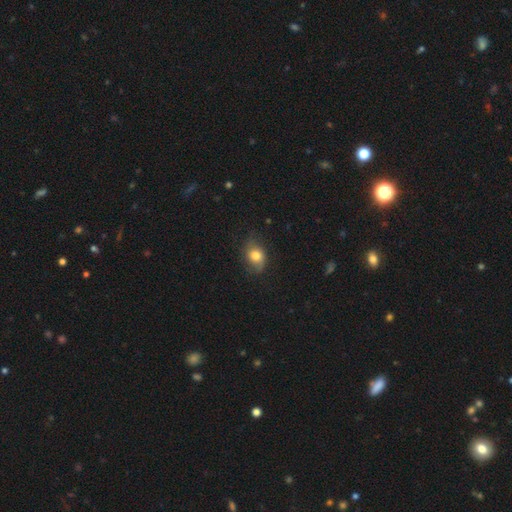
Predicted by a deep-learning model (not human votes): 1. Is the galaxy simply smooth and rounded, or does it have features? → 68% smooth, 22% featured or disk, 9% star or artifact.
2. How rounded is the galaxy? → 60% in between, 38% round, 1% cigar-shaped.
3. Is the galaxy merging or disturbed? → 65% none, 25% minor disturbance, 8% major disturbance, 1% merger.